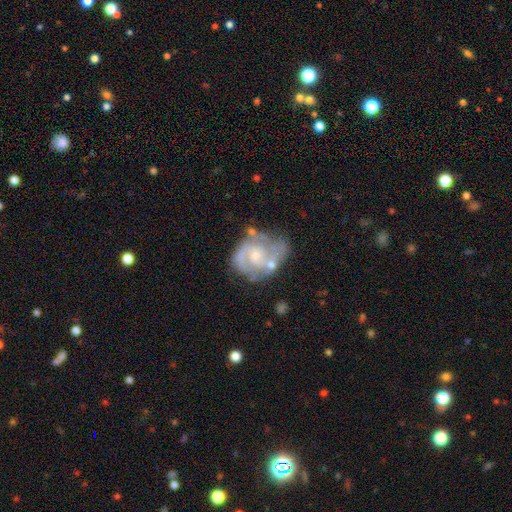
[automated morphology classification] featured or disk 83%, smooth 11%, star or artifact 6%. Down the decision tree: edge-on disk — no (98%); bar — no (59%); spiral arms — yes (92%); spiral arm count — 2 (69%); spiral winding — medium (49%); bulge size — small (53%); merging — none (53%).